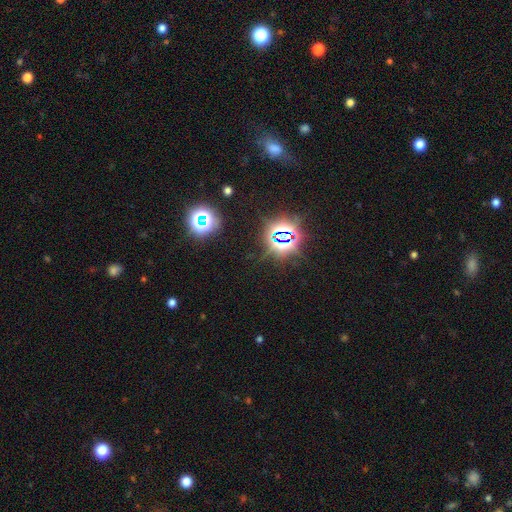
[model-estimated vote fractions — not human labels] Smooth or featured? star or artifact (79%)